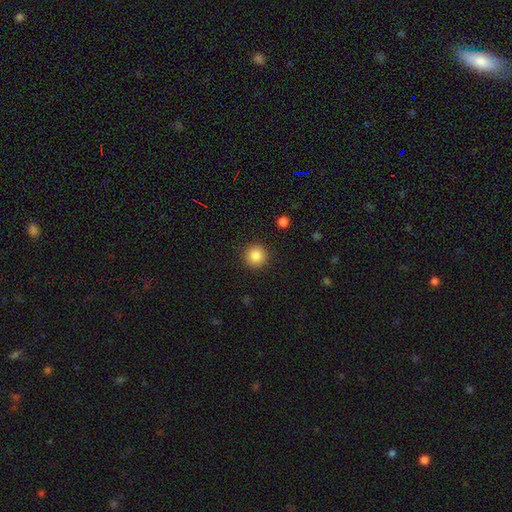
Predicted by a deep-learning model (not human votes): Morphology: type=smooth (85%); roundness=round (95%); merging=none (91%).